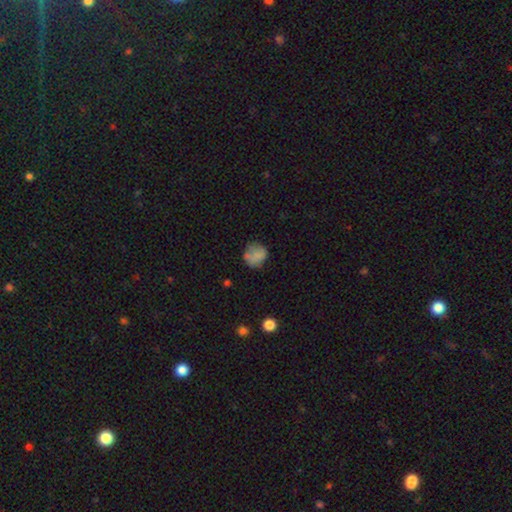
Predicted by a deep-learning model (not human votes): A smooth galaxy with no disk features (76%) that is round (79%). Merging: none (62%).